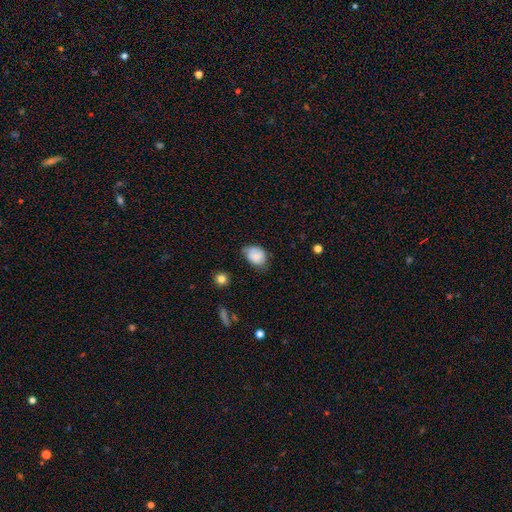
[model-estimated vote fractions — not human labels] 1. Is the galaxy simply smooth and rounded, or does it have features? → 76% smooth, 16% featured or disk, 8% star or artifact.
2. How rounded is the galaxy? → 69% in between, 30% round, 1% cigar-shaped.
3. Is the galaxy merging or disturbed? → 51% none, 37% minor disturbance, 9% major disturbance, 2% merger.